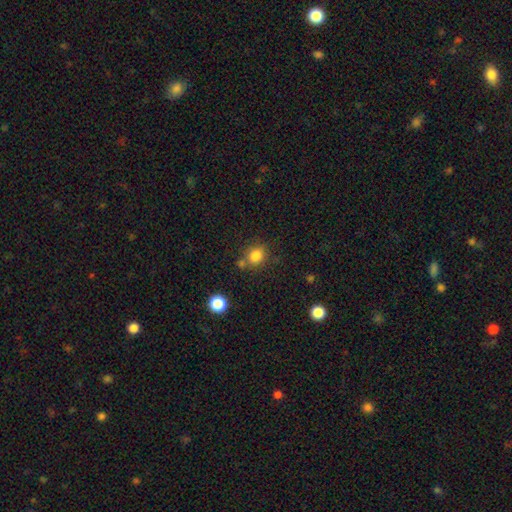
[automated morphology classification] smooth-or-featured: smooth: 82% | star or artifact: 12% | featured or disk: 6%
  how-rounded: round: 74% | in between: 25% | cigar-shaped: 1%
  merging: none: 68% | merger: 15% | minor disturbance: 13% | major disturbance: 4%